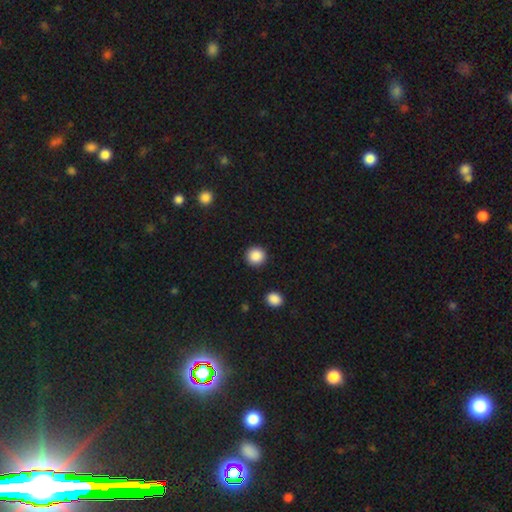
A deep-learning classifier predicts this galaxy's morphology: smooth-or-featured: smooth: 88% | star or artifact: 9% | featured or disk: 3%
  how-rounded: round: 93% | in between: 6% | cigar-shaped: 1%
  merging: none: 91% | minor disturbance: 5% | major disturbance: 2% | merger: 1%